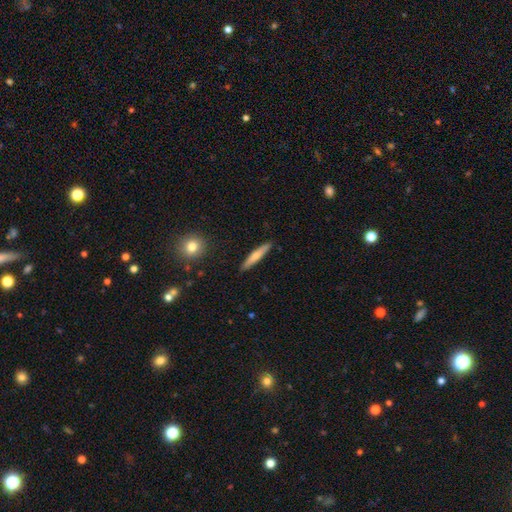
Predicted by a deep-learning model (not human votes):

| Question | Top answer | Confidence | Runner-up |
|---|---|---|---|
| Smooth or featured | smooth | 61% | featured or disk (33%) |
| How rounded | cigar-shaped | 91% | in between (8%) |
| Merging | none | 90% | minor disturbance (7%) |